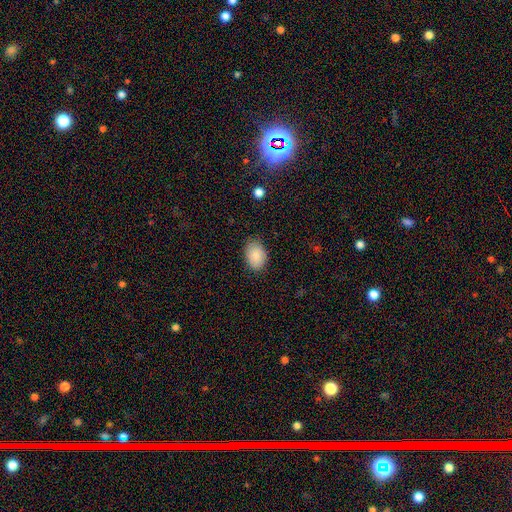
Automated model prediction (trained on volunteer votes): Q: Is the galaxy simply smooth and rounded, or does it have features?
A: smooth — 85%.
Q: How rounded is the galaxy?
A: in between — 84%.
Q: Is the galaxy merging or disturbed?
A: none — 80%.